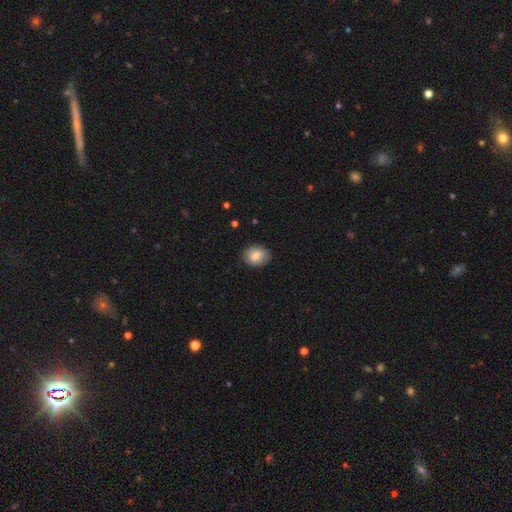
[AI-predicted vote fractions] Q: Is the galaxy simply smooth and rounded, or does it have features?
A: smooth — 81%.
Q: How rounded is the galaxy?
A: in between — 50%.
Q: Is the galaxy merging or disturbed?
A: none — 84%.